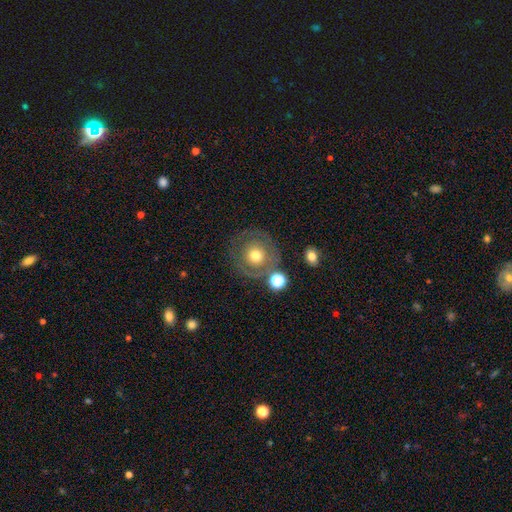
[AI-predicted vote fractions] The model was most divided on "smooth or featured": smooth: 50%, featured or disk: 41%, star or artifact: 9%. More confident: merging — none (69%).